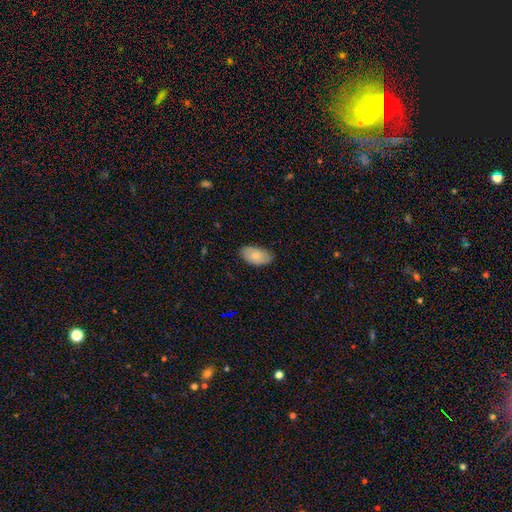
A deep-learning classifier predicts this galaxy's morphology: A smooth galaxy with no disk features (80%) that is in between round and cigar-shaped (95%).

Vote fractions:
- Smooth or featured? smooth: 80% / featured or disk: 13% / star or artifact: 6%
- How rounded? in between: 95% / round: 3% / cigar-shaped: 2%
- Merging? none: 77% / minor disturbance: 19% / major disturbance: 3% / merger: 1%